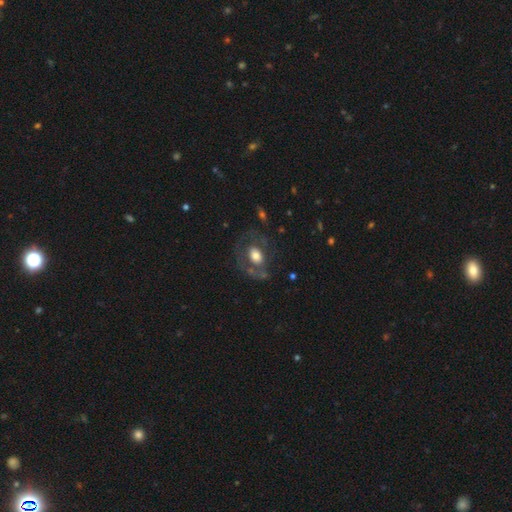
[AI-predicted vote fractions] The model was most divided on "smooth or featured": smooth: 47%, featured or disk: 46%, star or artifact: 8%. More confident: merging — none (60%).